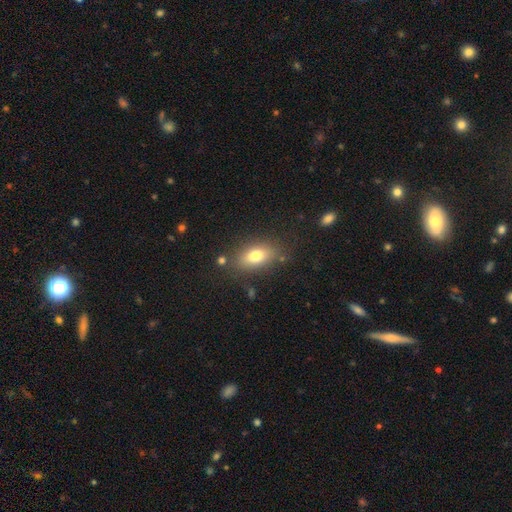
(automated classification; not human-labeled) Morphology: type=smooth (76%); roundness=in between (83%); merging=none (80%).